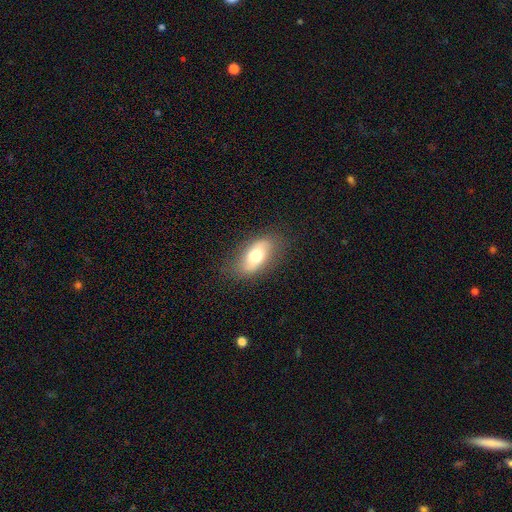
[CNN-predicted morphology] A smooth galaxy with no disk features (61%) that is in between round and cigar-shaped (88%). Merging: none (80%).